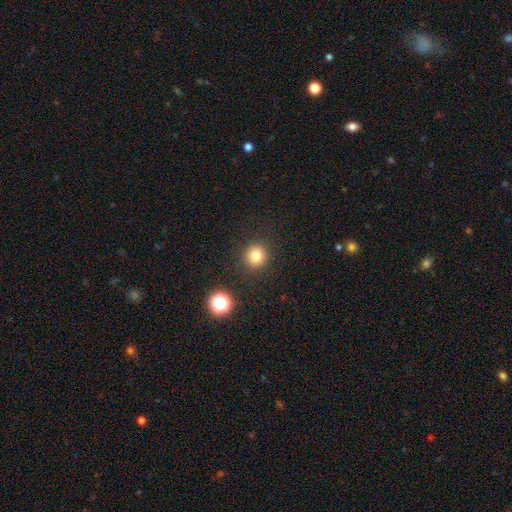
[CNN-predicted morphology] This appears to be a smooth galaxy with no disk features (80%) that is round (93%). Merging: none (90%).